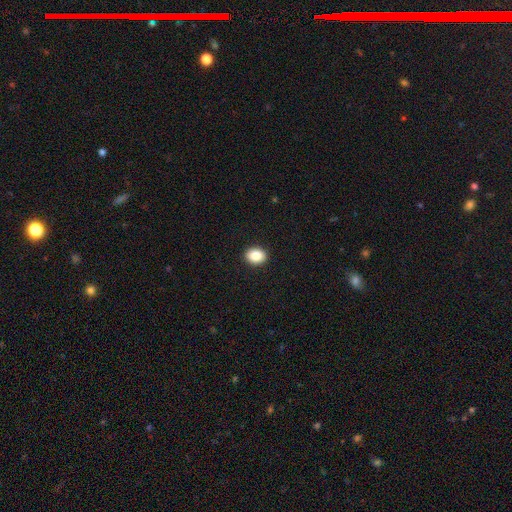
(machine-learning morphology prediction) A smooth galaxy with no disk features (87%) that is in between round and cigar-shaped (52%).

Vote fractions:
- Smooth or featured? smooth: 87% / star or artifact: 8% / featured or disk: 5%
- How rounded? in between: 52% / round: 47% / cigar-shaped: 1%
- Merging? none: 92% / minor disturbance: 5% / major disturbance: 2% / merger: 1%